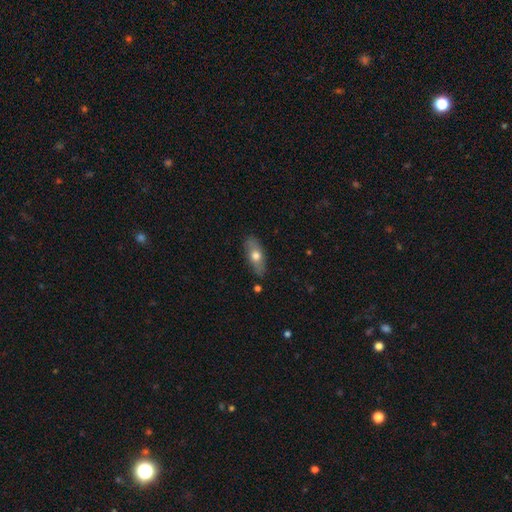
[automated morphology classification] smooth-or-featured: smooth: 63% | featured or disk: 30% | star or artifact: 7%
  how-rounded: in between: 74% | cigar-shaped: 21% | round: 5%
  merging: none: 79% | minor disturbance: 16% | major disturbance: 3% | merger: 2%